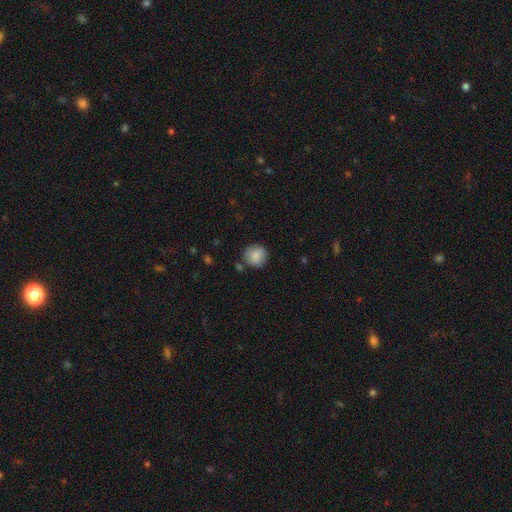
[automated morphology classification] smooth-or-featured: smooth: 85% | star or artifact: 8% | featured or disk: 7%
  how-rounded: round: 90% | in between: 9% | cigar-shaped: 1%
  merging: none: 79% | minor disturbance: 14% | merger: 4% | major disturbance: 3%